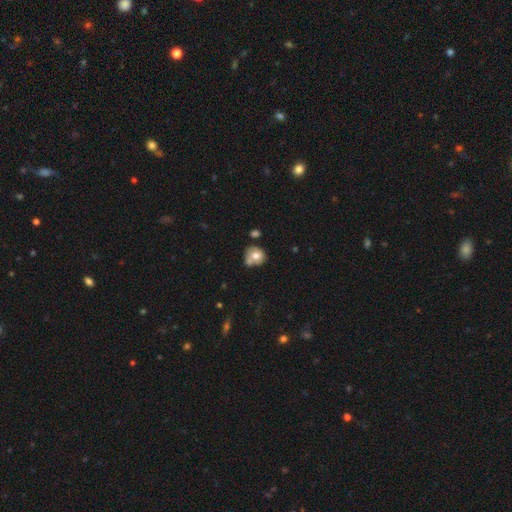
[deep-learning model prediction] Smooth or featured?
  - smooth: 67% *
  - featured or disk: 25%
  - star or artifact: 9%
How rounded?
  - round: 77% *
  - in between: 22%
  - cigar-shaped: 1%
Merging?
  - none: 46% *
  - merger: 25%
  - minor disturbance: 21%
  - major disturbance: 7%